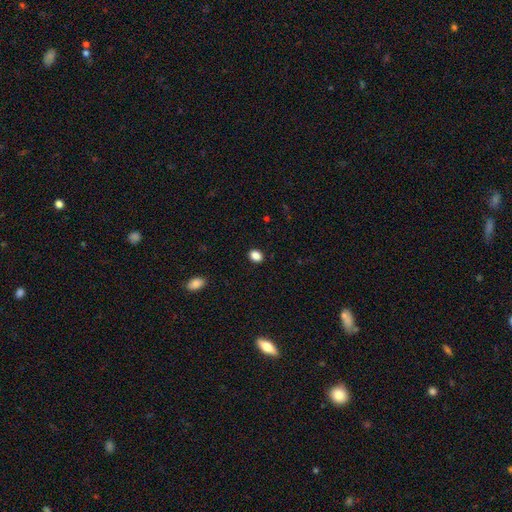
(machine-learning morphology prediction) smooth 87%, star or artifact 10%, featured or disk 3%. Down the decision tree: how rounded — in between (62%); merging — none (90%).